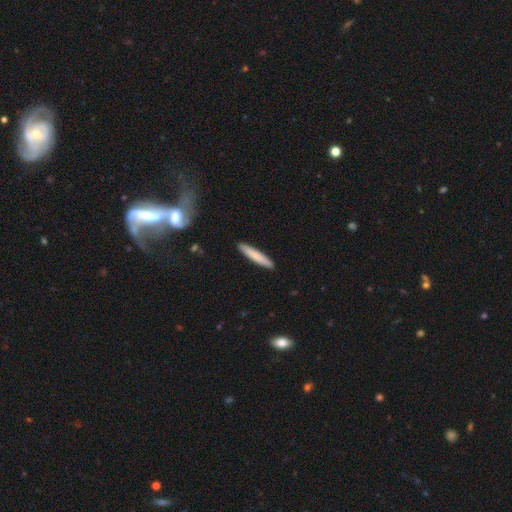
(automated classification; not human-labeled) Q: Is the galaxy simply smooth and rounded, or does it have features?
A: smooth — 78%.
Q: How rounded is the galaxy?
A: cigar-shaped — 93%.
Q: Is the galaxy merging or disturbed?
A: none — 91%.